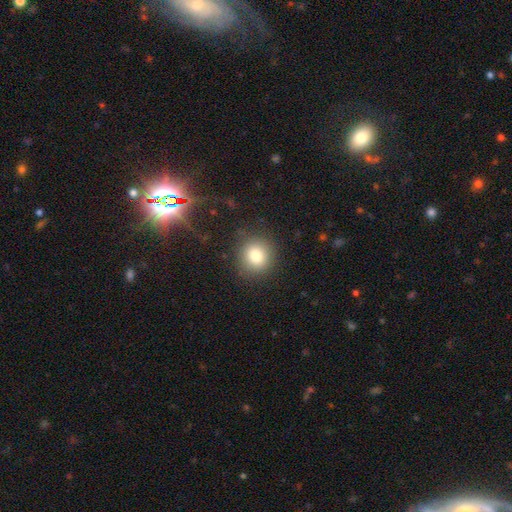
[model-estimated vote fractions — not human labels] smooth 80%, star or artifact 12%, featured or disk 8%. Down the decision tree: how rounded — round (82%); merging — none (86%).